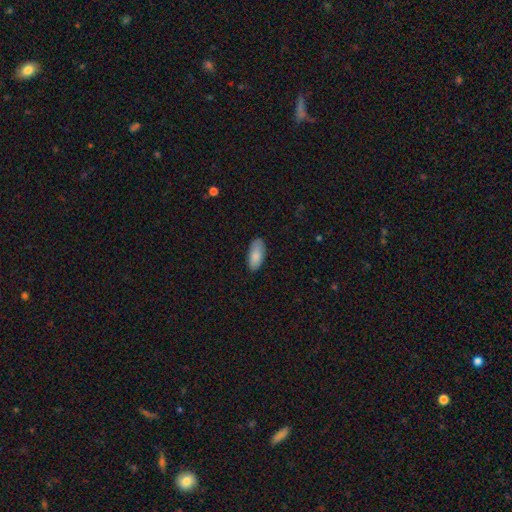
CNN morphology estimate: This appears to be a smooth galaxy with no disk features (86%) that is in between round and cigar-shaped (89%). Merging: none (81%).